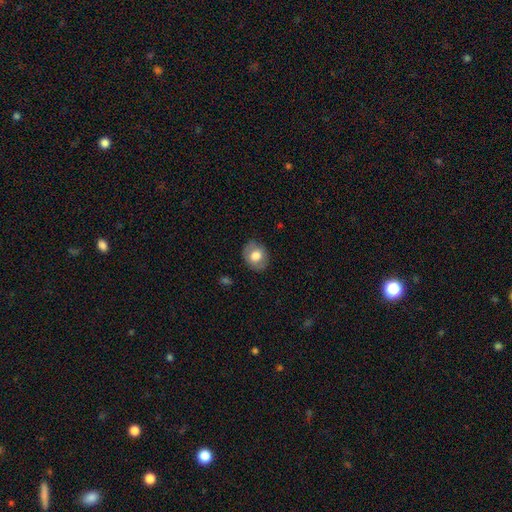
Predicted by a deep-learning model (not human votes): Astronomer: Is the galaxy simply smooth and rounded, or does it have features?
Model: smooth — 71%.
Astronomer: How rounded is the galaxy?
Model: round — 54% (runner-up: in between, 45%).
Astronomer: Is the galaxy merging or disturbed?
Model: none — 83%.